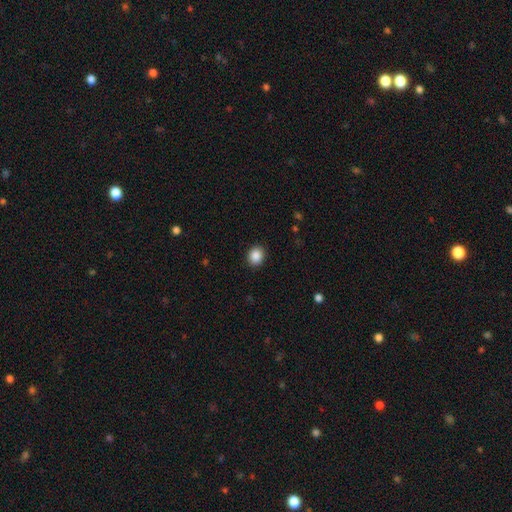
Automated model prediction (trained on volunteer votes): Overall: smooth (88%). How rounded: round (65%; in between 34%). Merging: none (91%).